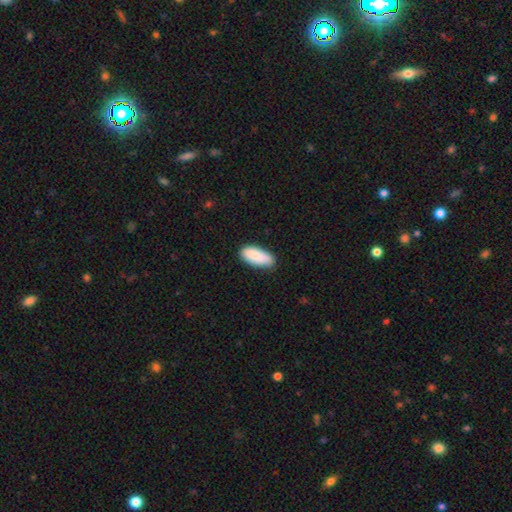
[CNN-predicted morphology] type=smooth (84%); roundness=in between (87%); merging=none (72%).